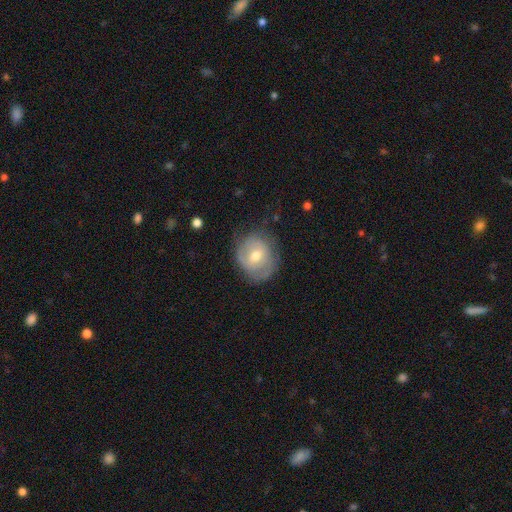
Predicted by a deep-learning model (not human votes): A featured or disk galaxy (56%) with a weak bar (45%), spiral arms (67%) and a moderate central bulge (69%).

Vote fractions:
- Smooth or featured? featured or disk: 56% / smooth: 38% / star or artifact: 7%
- Edge-on disk? no: 96% / yes: 4%
- Bar? weak: 45% / no: 44% / strong: 11%
- Spiral arms? yes: 67% / no: 33%
- Bulge size? moderate: 69% / small: 26% / large: 4% / none: 1% / dominant: 1%
- Merging? none: 67% / minor disturbance: 23% / major disturbance: 8% / merger: 1%